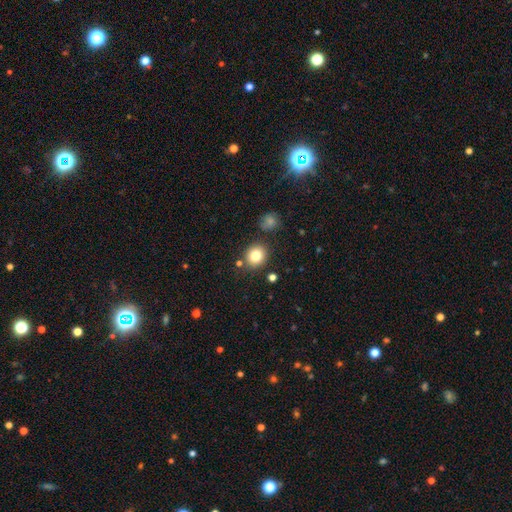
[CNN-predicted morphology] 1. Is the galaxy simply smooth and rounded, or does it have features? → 81% smooth, 11% star or artifact, 8% featured or disk.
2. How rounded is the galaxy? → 75% round, 24% in between, 1% cigar-shaped.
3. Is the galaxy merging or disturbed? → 83% none, 9% minor disturbance, 5% merger, 3% major disturbance.